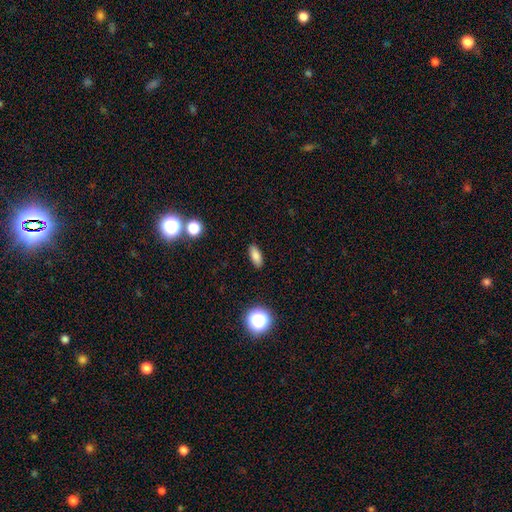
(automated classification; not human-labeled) This appears to be a smooth galaxy with no disk features (82%) that is in between round and cigar-shaped (78%). Merging: none (89%).